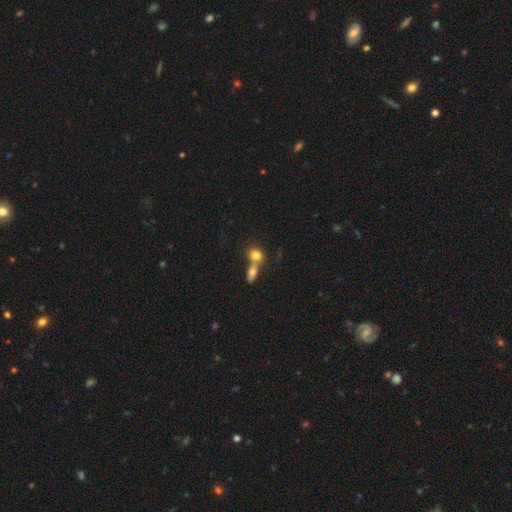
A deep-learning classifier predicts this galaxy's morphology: Smooth or featured? smooth (78%)
How rounded? round (54%)
Merging? merger (62%)